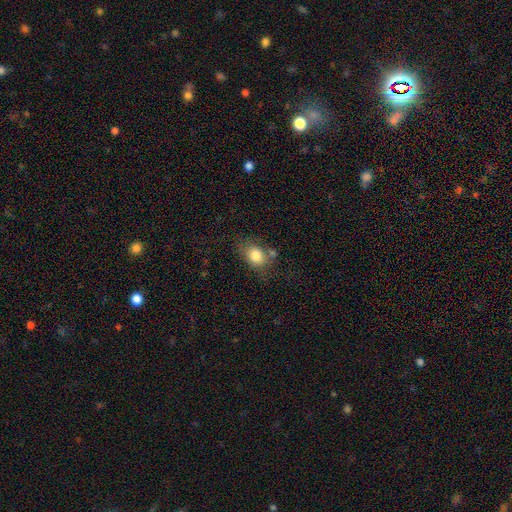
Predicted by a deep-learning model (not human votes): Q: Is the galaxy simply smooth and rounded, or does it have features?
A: smooth — 80%.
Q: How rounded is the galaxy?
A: in between — 59%.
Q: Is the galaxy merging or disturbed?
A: none — 58%.